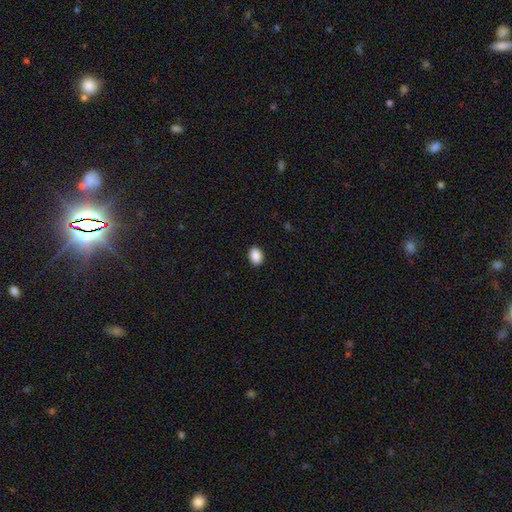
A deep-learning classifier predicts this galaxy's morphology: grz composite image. It shows a smooth galaxy with no disk features (90%) that is in between round and cigar-shaped (76%). Merging: none (91%).